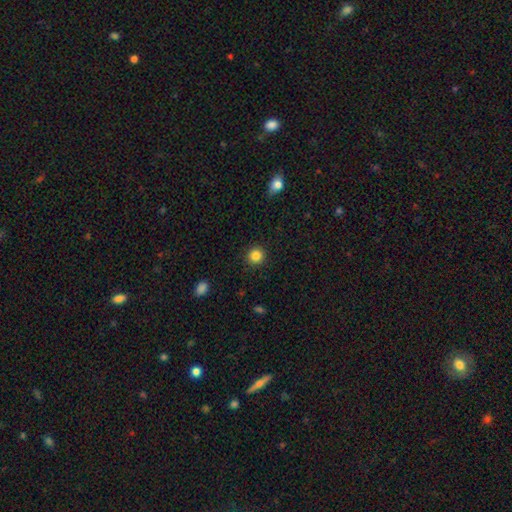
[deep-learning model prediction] Q: Smooth or featured?
A: smooth (85%); runner-up: star or artifact (11%)
Q: How rounded?
A: round (94%); runner-up: in between (5%)
Q: Merging?
A: none (92%); runner-up: minor disturbance (5%)